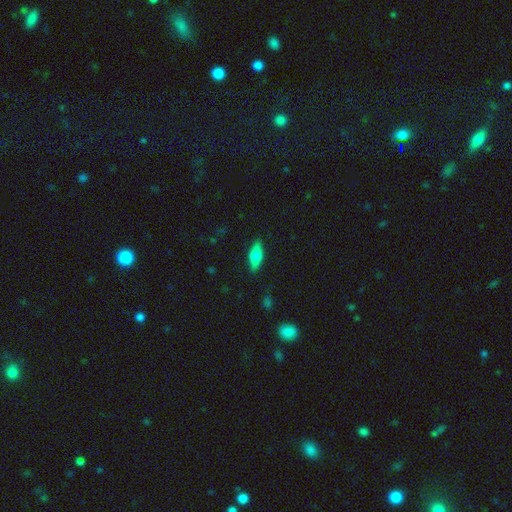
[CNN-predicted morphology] This appears to be a smooth galaxy with no disk features (63%) that is in between round and cigar-shaped (66%). Merging: none (87%).